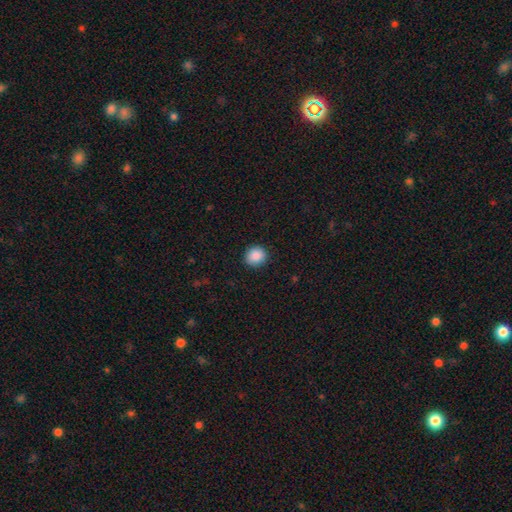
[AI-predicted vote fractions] A smooth galaxy with no disk features (89%) that is round (88%). Merging: none (91%).